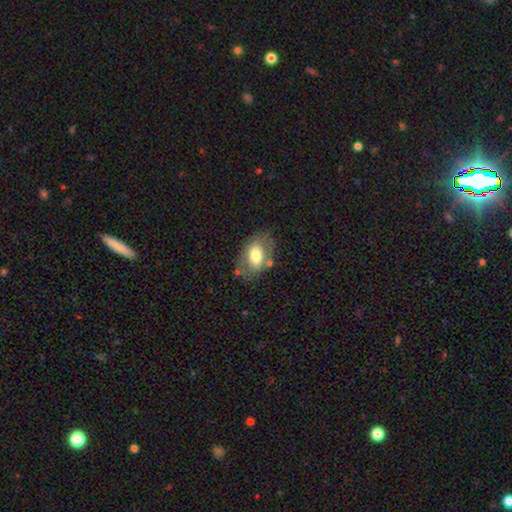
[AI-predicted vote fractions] A smooth galaxy with no disk features (62%) that is in between round and cigar-shaped (84%).

Vote fractions:
- Smooth or featured? smooth: 62% / featured or disk: 31% / star or artifact: 8%
- How rounded? in between: 84% / round: 14% / cigar-shaped: 1%
- Merging? none: 65% / minor disturbance: 19% / major disturbance: 8% / merger: 7%